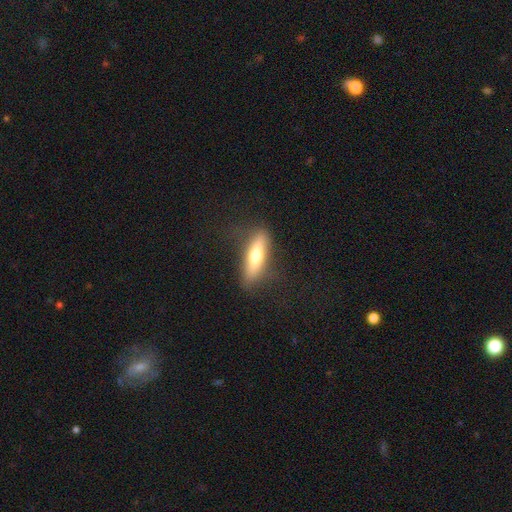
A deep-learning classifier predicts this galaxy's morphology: Smooth or featured? Predicted: smooth (p=0.61). How rounded? Predicted: cigar-shaped (p=0.64). Merging? Predicted: none (p=0.82).